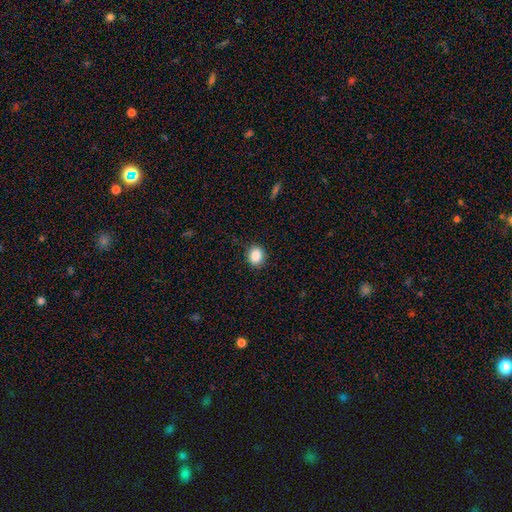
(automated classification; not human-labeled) A smooth galaxy with no disk features (87%) that is round (64%).

Vote fractions:
- Smooth or featured? smooth: 87% / star or artifact: 9% / featured or disk: 4%
- How rounded? round: 64% / in between: 35% / cigar-shaped: 1%
- Merging? none: 85% / minor disturbance: 11% / major disturbance: 3% / merger: 1%